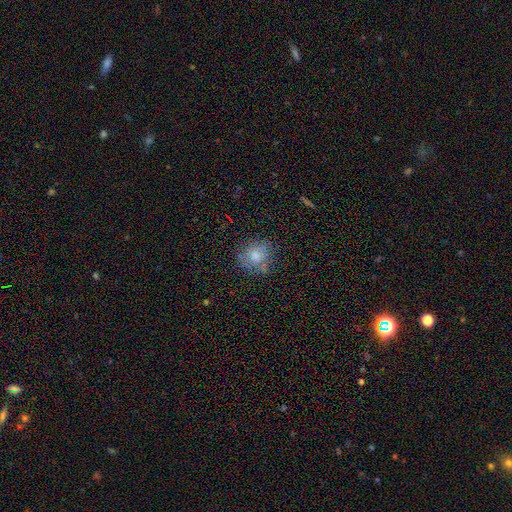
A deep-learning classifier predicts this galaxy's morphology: This is likely a smooth galaxy (71%). How rounded: clearly round (81%). Merging: likely none (67%).